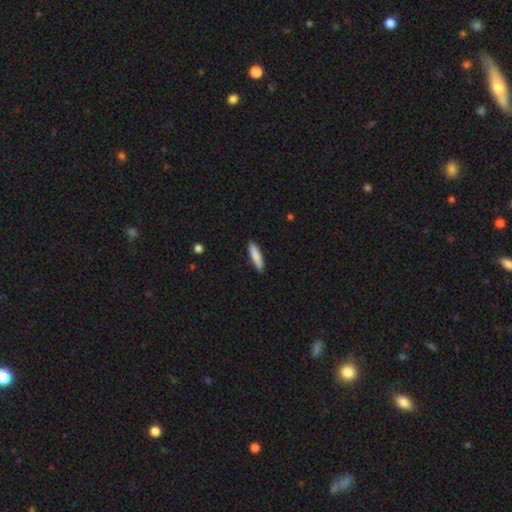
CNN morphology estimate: smooth_or_featured: smooth (p=0.84) [alt: featured or disk p=0.11]
how_rounded: cigar-shaped (p=0.80) [alt: in between p=0.19]
merging: none (p=0.89) [alt: minor disturbance p=0.09]